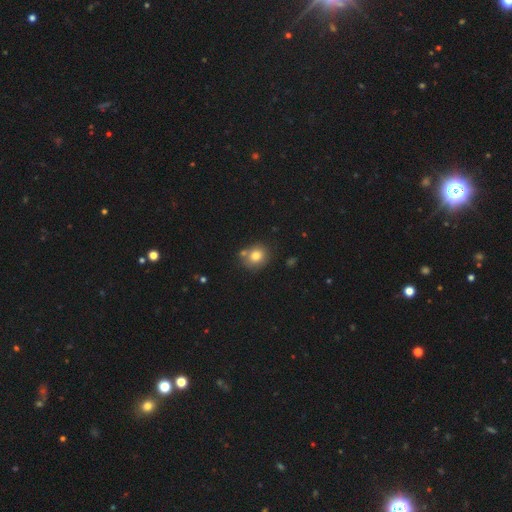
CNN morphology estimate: Smooth or featured?
  - smooth: 78% *
  - featured or disk: 11%
  - star or artifact: 11%
How rounded?
  - round: 74% *
  - in between: 25%
  - cigar-shaped: 1%
Merging?
  - none: 68% *
  - merger: 17%
  - minor disturbance: 12%
  - major disturbance: 3%